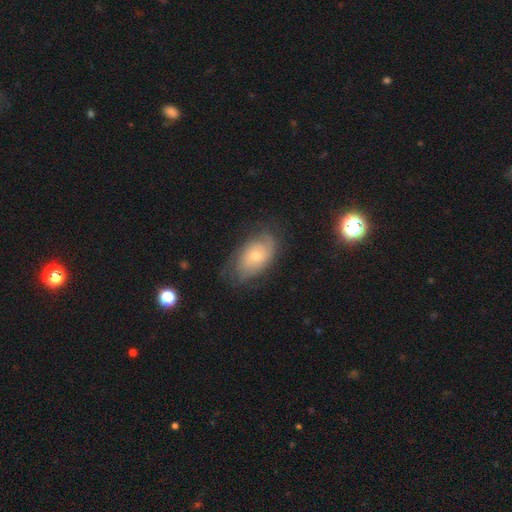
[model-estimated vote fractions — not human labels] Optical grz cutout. It shows a featured or disk galaxy (61%) with no bar (78%), spiral arms (84%) and a moderate central bulge (47%, tied with small). Merging: none (64%).